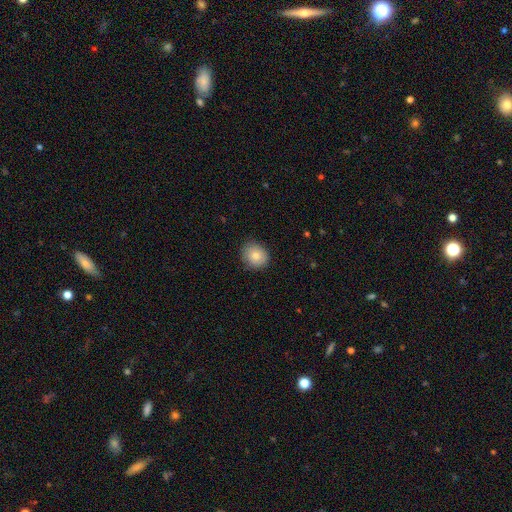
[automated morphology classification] smooth_or_featured: smooth (p=0.83) [alt: featured or disk p=0.09]
how_rounded: round (p=0.77) [alt: in between p=0.23]
merging: none (p=0.83) [alt: minor disturbance p=0.14]